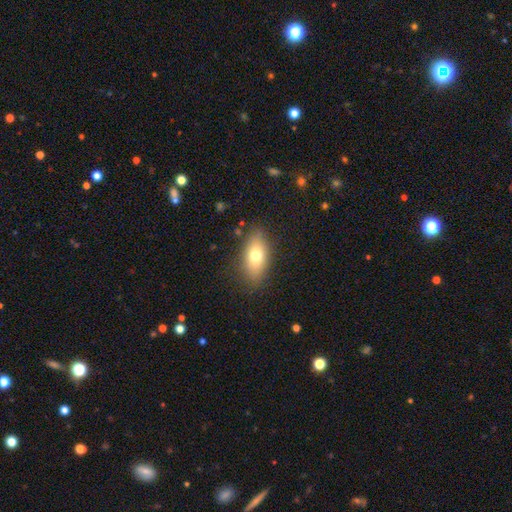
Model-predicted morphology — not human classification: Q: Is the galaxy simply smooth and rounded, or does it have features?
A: smooth — 73%.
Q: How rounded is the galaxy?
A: in between — 83%.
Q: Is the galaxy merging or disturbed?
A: none — 83%.